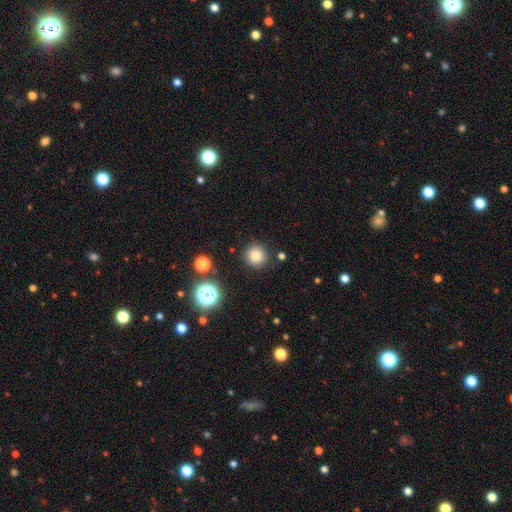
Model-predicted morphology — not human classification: Q: Smooth or featured?
A: smooth (82%); runner-up: star or artifact (13%)
Q: How rounded?
A: round (94%); runner-up: in between (5%)
Q: Merging?
A: none (87%); runner-up: minor disturbance (8%)